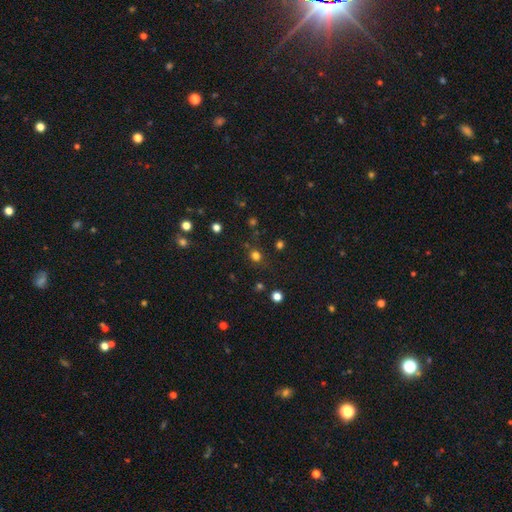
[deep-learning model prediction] Smooth or featured?
  - smooth: 71% *
  - star or artifact: 24%
  - featured or disk: 5%
How rounded?
  - round: 84% *
  - in between: 15%
  - cigar-shaped: 1%
Merging?
  - none: 82% *
  - minor disturbance: 10%
  - major disturbance: 4%
  - merger: 4%